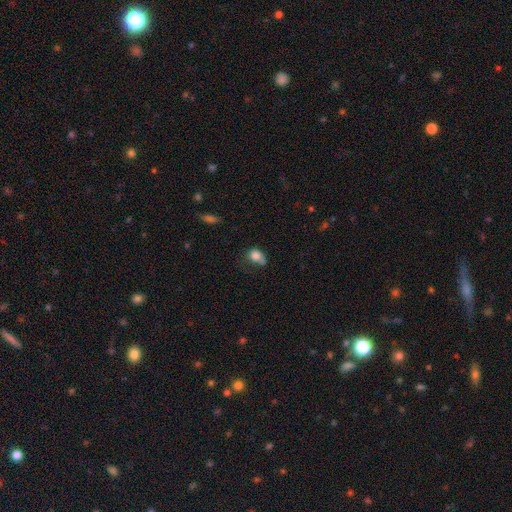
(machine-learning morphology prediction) Smooth or featured: smooth — 79% (featured or disk — 11%)
How rounded: in between — 64% (round — 34%)
Merging: minor disturbance — 35% (none — 33%)